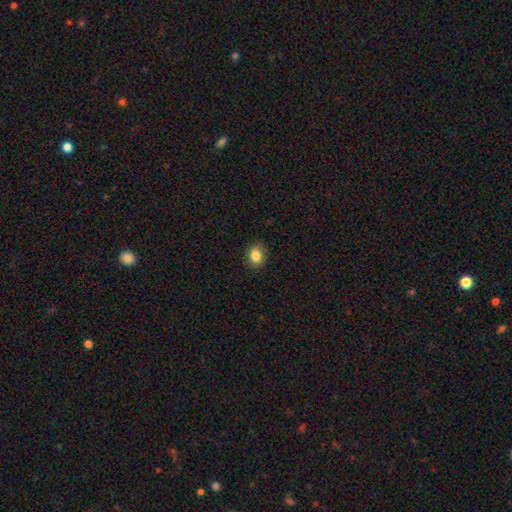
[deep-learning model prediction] Smooth or featured?
  - smooth: 85% *
  - star or artifact: 9%
  - featured or disk: 5%
How rounded?
  - in between: 56% *
  - round: 43%
  - cigar-shaped: 1%
Merging?
  - none: 84% *
  - minor disturbance: 12%
  - major disturbance: 3%
  - merger: 1%